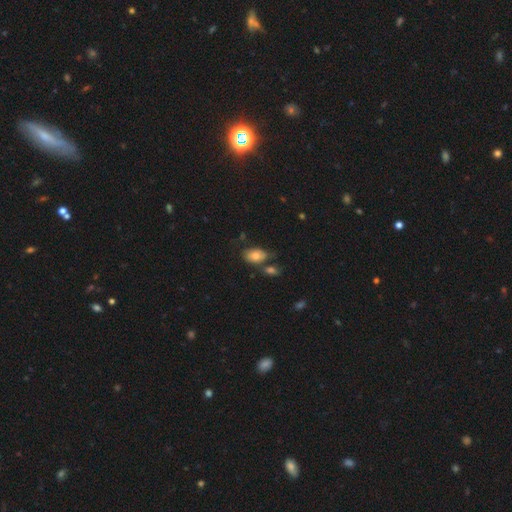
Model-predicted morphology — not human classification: This is likely a smooth galaxy (78%). How rounded: clearly in between (89%). Merging: possibly none (56%).